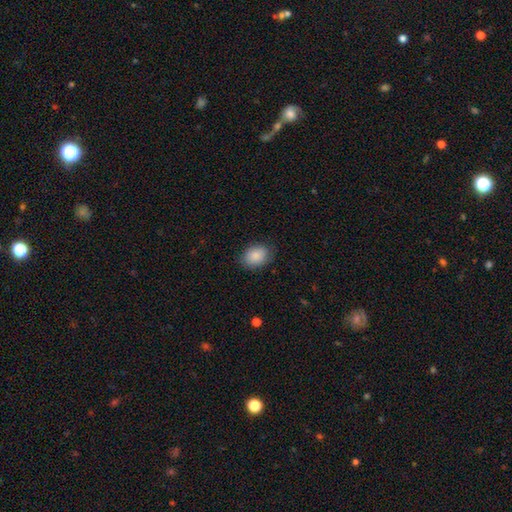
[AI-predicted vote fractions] Smooth or featured? Predicted: smooth (p=0.87). How rounded? Predicted: in between (p=0.70). Merging? Predicted: none (p=0.82).